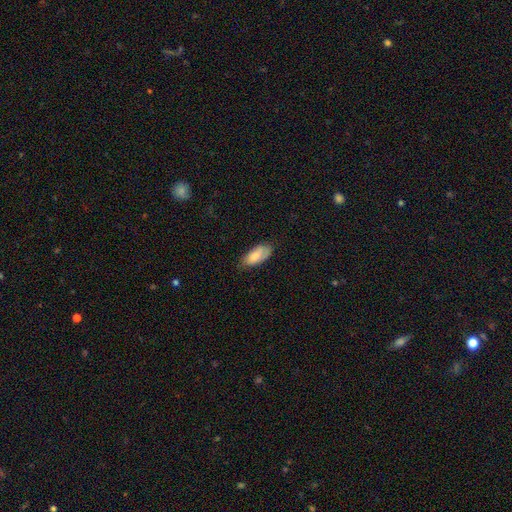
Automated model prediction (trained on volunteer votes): Smooth or featured: smooth — 79% (featured or disk — 14%)
How rounded: in between — 87% (cigar-shaped — 10%)
Merging: none — 67% (minor disturbance — 26%)